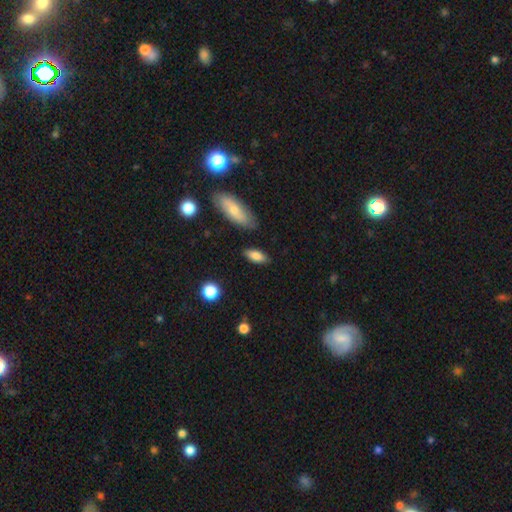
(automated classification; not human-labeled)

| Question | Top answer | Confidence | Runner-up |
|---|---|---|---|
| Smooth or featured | smooth | 81% | featured or disk (12%) |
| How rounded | in between | 82% | cigar-shaped (14%) |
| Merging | none | 82% | minor disturbance (12%) |